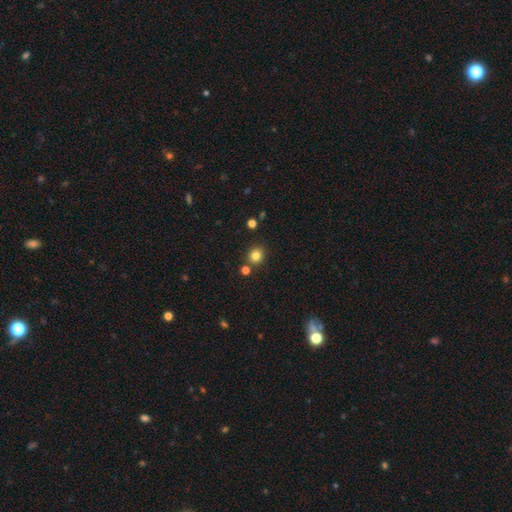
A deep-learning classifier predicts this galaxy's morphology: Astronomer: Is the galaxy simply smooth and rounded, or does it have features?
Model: smooth — 82%.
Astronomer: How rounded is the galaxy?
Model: round — 83%.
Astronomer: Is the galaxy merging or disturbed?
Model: none — 81%.